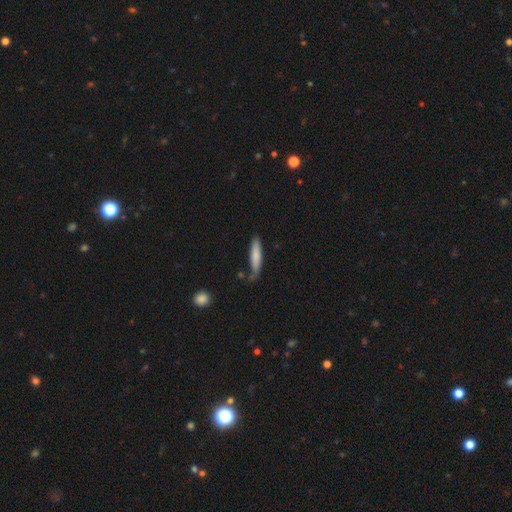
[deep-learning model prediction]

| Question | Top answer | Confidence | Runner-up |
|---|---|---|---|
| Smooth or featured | smooth | 76% | featured or disk (18%) |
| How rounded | cigar-shaped | 83% | in between (16%) |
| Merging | none | 67% | minor disturbance (23%) |